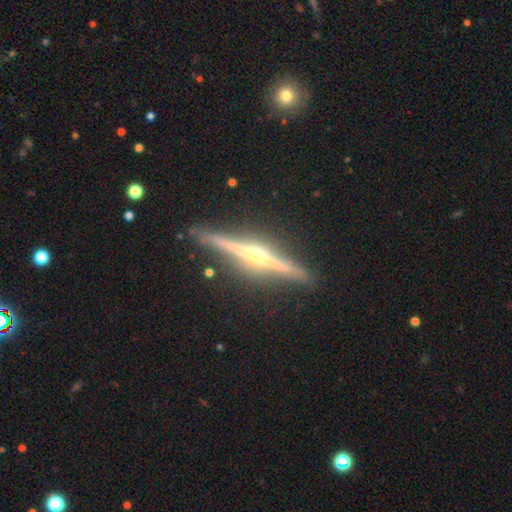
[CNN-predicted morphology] This appears to be a featured or disk galaxy (86%) viewed edge-on (98%) with a rounded central bulge (85%). Merging: none (89%).